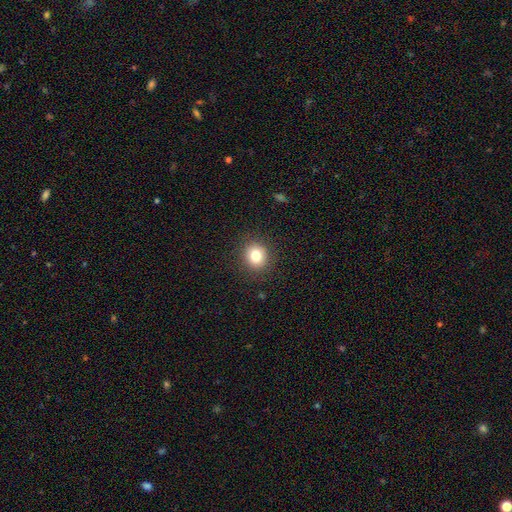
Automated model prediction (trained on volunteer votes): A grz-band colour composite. It shows a smooth galaxy with no disk features (81%) that is round (81%). Merging: none (90%).